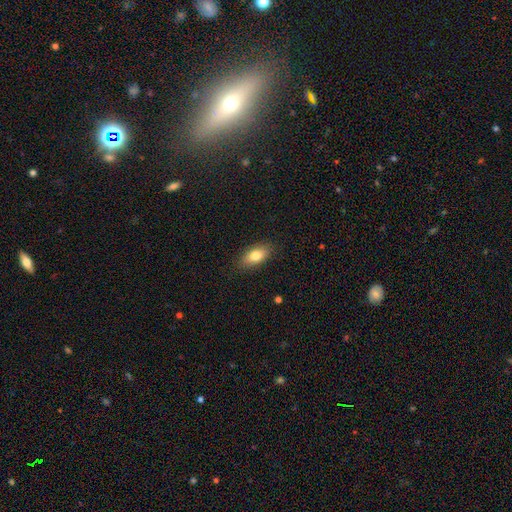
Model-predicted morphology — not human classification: Overall: smooth (80%). How rounded: in between (88%). Merging: none (86%).